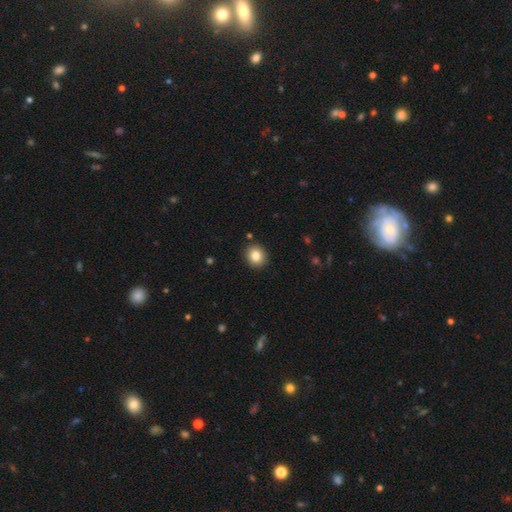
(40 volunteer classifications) This appears to be a smooth galaxy with no disk features (90%) that is round (86%). Merging: none (97%).